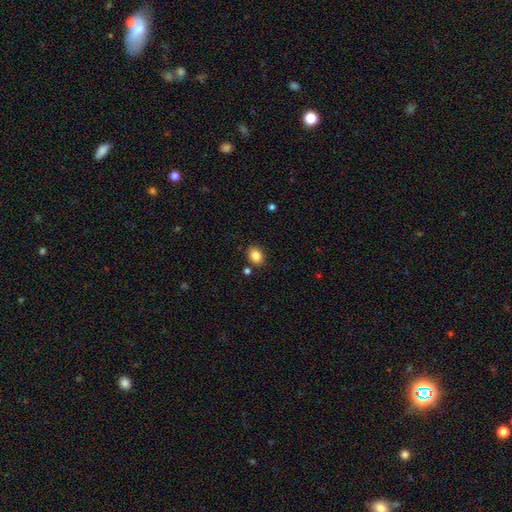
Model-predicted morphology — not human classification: type=smooth (85%); roundness=in between (56%); merging=none (84%).